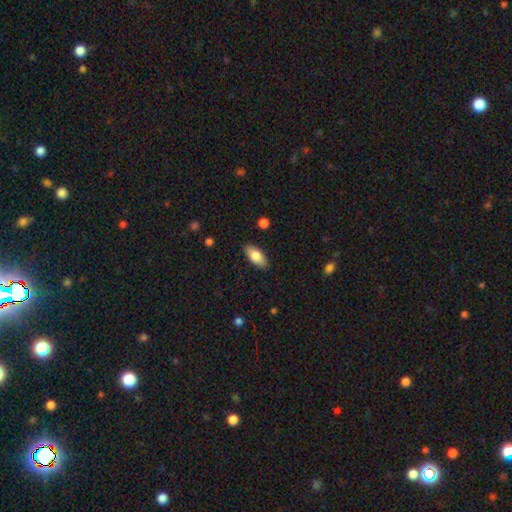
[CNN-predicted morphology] smooth_or_featured: smooth (p=0.81) [alt: featured or disk p=0.12]
how_rounded: in between (p=0.88) [alt: cigar-shaped p=0.10]
merging: none (p=0.88) [alt: minor disturbance p=0.09]